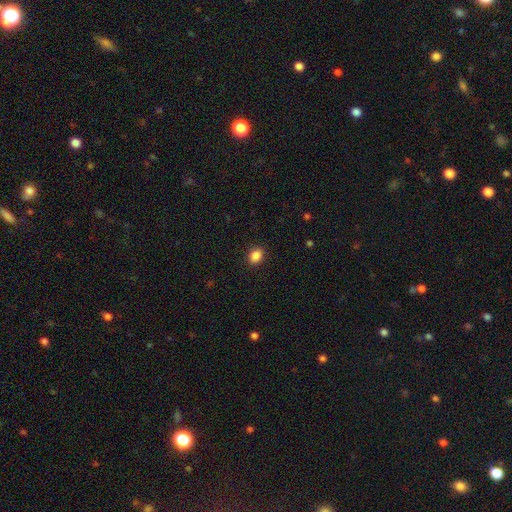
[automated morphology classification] smooth 87%, star or artifact 10%, featured or disk 3%. Down the decision tree: how rounded — in between (57%); merging — none (90%).